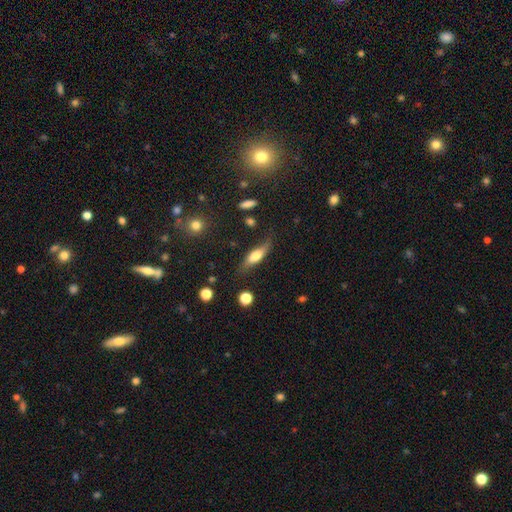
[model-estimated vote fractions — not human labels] Q: Smooth or featured?
A: smooth (58%); runner-up: featured or disk (35%)
Q: How rounded?
A: in between (50%); runner-up: cigar-shaped (47%)
Q: Merging?
A: none (67%); runner-up: minor disturbance (23%)